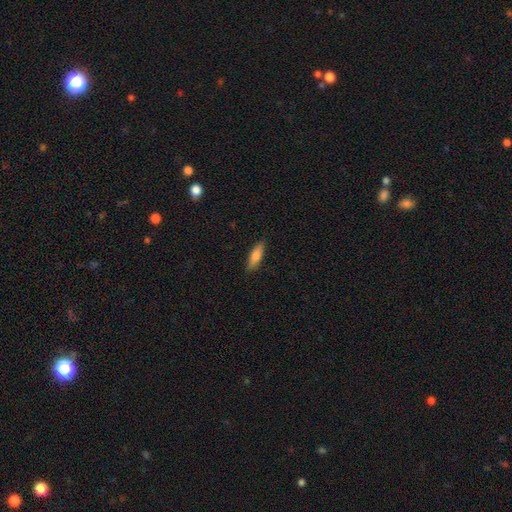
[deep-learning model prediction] Overall: smooth (73%). How rounded: in between (49%, tied with cigar-shaped). Merging: none (88%).